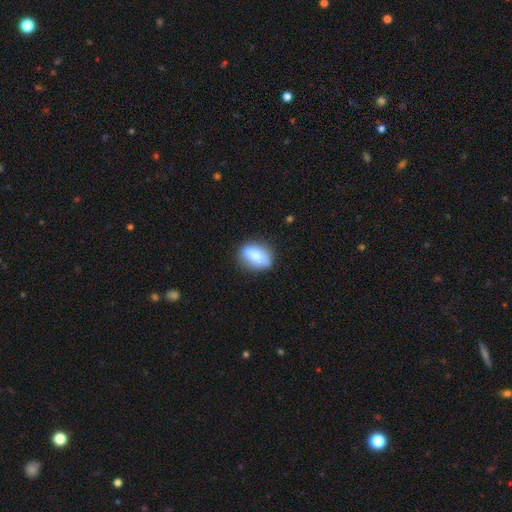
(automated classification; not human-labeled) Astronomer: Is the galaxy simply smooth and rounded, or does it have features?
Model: smooth — 71%.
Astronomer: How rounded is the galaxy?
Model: in between — 76%.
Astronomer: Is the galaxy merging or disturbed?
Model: none — 69%.